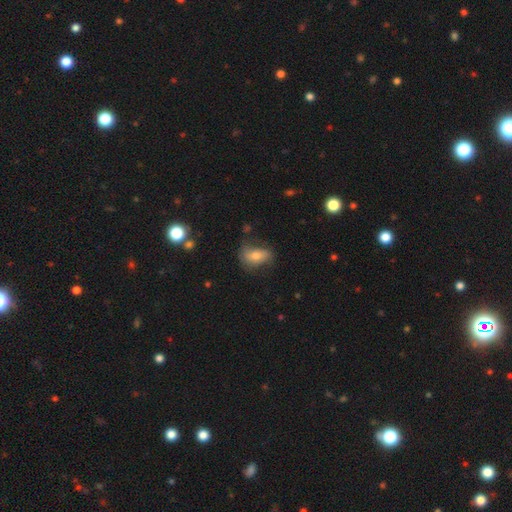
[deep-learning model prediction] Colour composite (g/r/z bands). It shows a smooth galaxy with no disk features (63%) that is in between round and cigar-shaped (82%). Merging: none (55%).